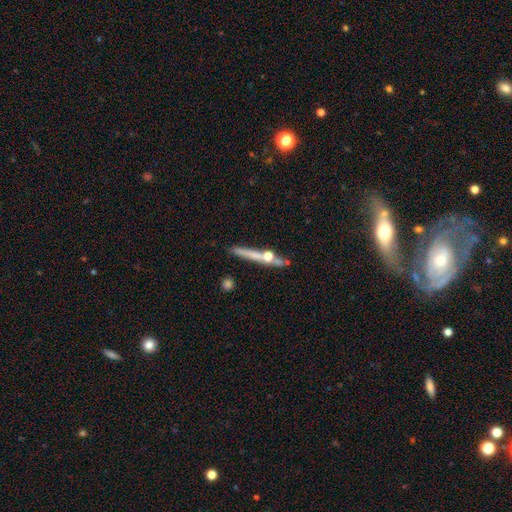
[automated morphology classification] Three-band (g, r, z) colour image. It shows a featured or disk galaxy (57%) viewed edge-on (94%) with a rounded central bulge (59%). Merging: none (76%).